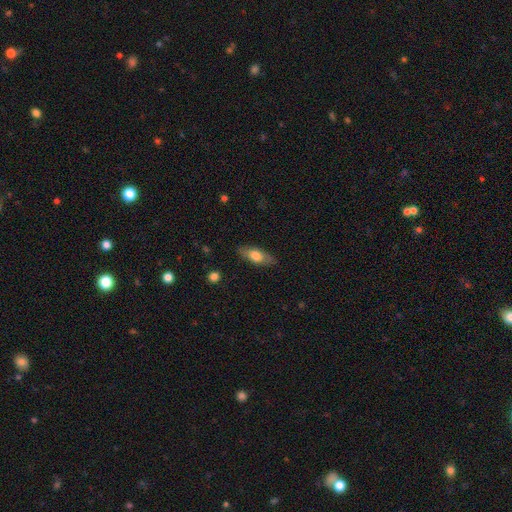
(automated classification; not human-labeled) The model was most divided on "smooth or featured": smooth: 65%, featured or disk: 29%, star or artifact: 6%. More confident: merging — none (83%); how rounded — in between (75%).